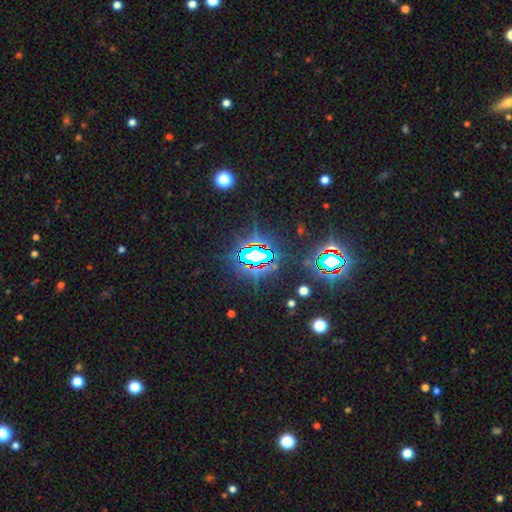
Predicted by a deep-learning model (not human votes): star or artifact 77%, smooth 12%, featured or disk 11%.